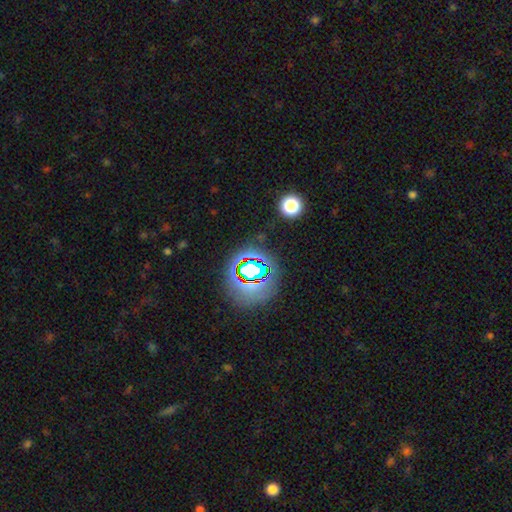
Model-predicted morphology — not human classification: The model was most divided on "smooth or featured": star or artifact: 75%, smooth: 14%, featured or disk: 11%.